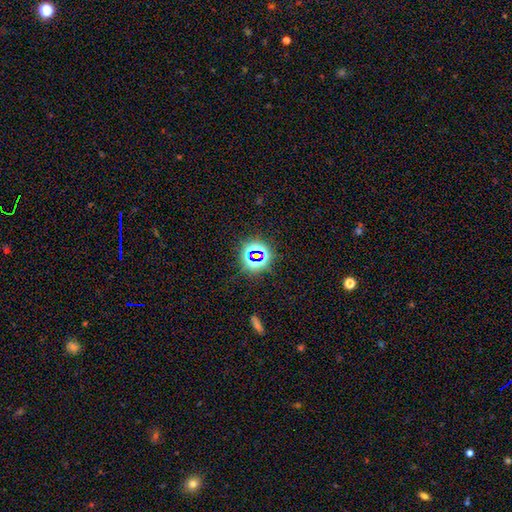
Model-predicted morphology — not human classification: Q: Smooth or featured?
A: star or artifact (72%); runner-up: smooth (20%)